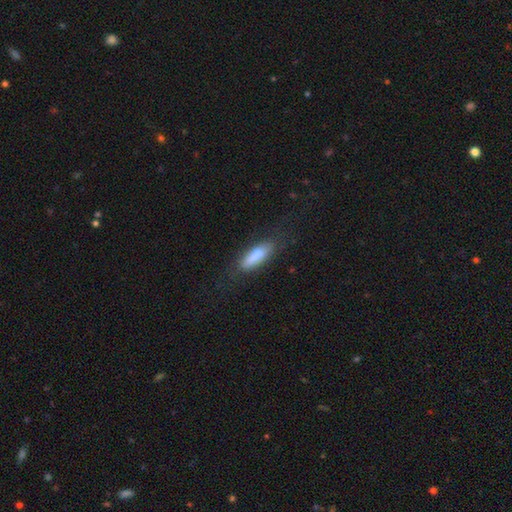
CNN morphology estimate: Q: Smooth or featured?
A: smooth (82%); runner-up: featured or disk (12%)
Q: How rounded?
A: in between (53%); runner-up: cigar-shaped (45%)
Q: Merging?
A: none (72%); runner-up: minor disturbance (18%)